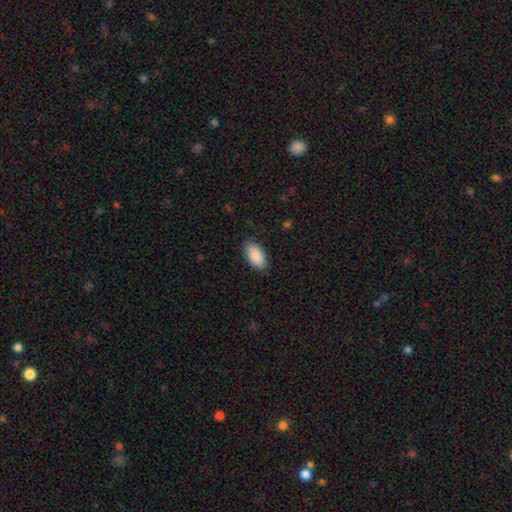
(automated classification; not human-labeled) Smooth or featured? Predicted: smooth (p=0.90). How rounded? Predicted: in between (p=0.94). Merging? Predicted: none (p=0.85).